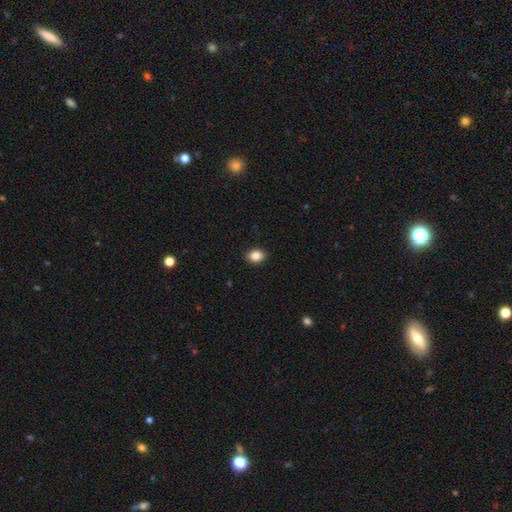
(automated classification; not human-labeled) smooth-or-featured: smooth: 87% | star or artifact: 9% | featured or disk: 4%
  how-rounded: in between: 63% | round: 36% | cigar-shaped: 1%
  merging: none: 90% | minor disturbance: 7% | major disturbance: 2% | merger: 1%